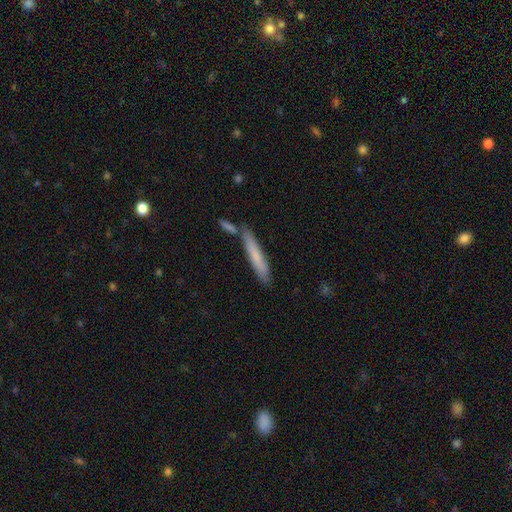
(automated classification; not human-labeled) A smooth galaxy with no disk features (67%) that is cigar-shaped (92%). Merging: none (71%).